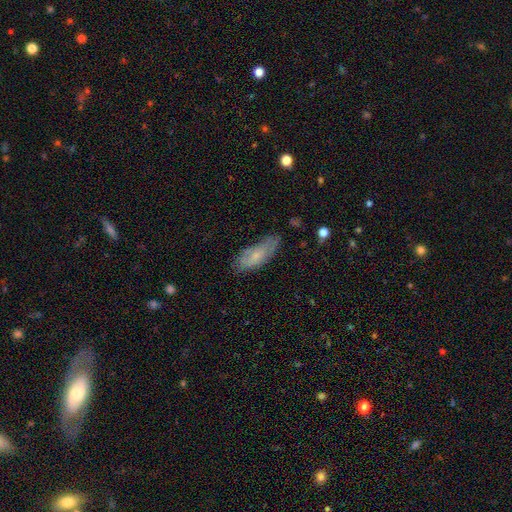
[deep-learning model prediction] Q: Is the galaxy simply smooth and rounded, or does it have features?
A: smooth — 64%.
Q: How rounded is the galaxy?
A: in between — 70%.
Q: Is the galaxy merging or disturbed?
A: none — 54%.